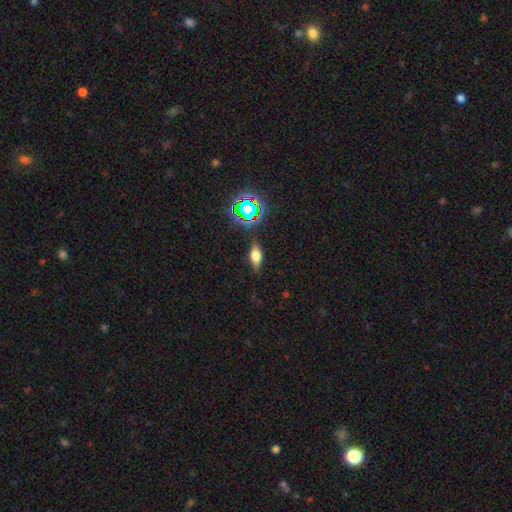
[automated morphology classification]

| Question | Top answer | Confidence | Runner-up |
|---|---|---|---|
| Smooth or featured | smooth | 59% | featured or disk (23%) |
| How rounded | in between | 75% | cigar-shaped (18%) |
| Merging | none | 82% | minor disturbance (12%) |